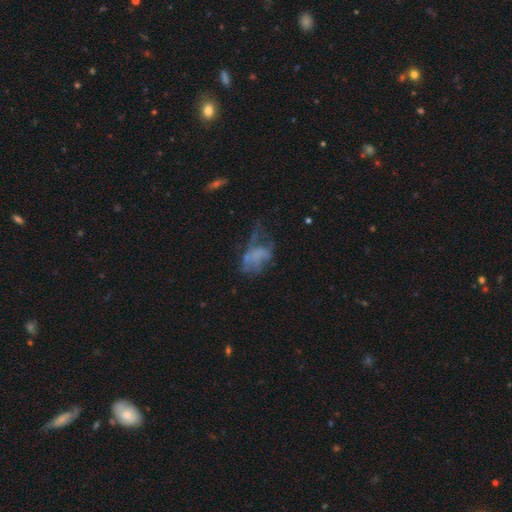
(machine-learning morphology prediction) Overall: featured or disk (46%; smooth 37%). Merging: major disturbance (47%; none 24%).